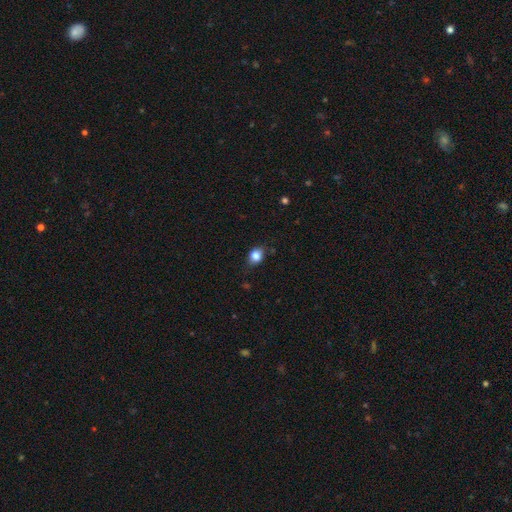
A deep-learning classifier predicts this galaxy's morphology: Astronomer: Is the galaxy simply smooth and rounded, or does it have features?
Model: smooth — 84%.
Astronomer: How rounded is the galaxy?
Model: in between — 52% (runner-up: round, 46%).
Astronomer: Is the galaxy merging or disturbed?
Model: none — 73%.